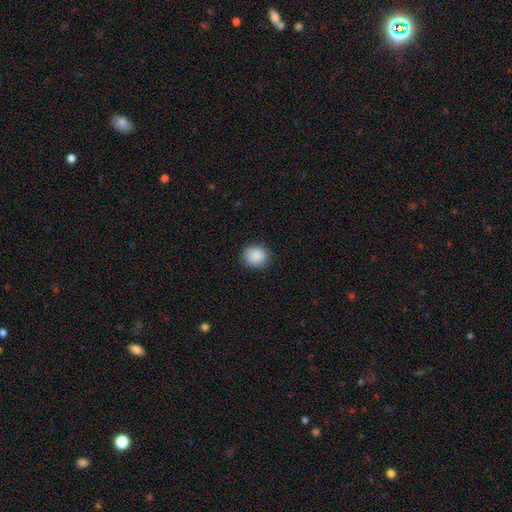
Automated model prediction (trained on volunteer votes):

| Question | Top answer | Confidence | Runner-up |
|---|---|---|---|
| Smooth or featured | smooth | 89% | star or artifact (8%) |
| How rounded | round | 79% | in between (20%) |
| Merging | none | 88% | minor disturbance (8%) |